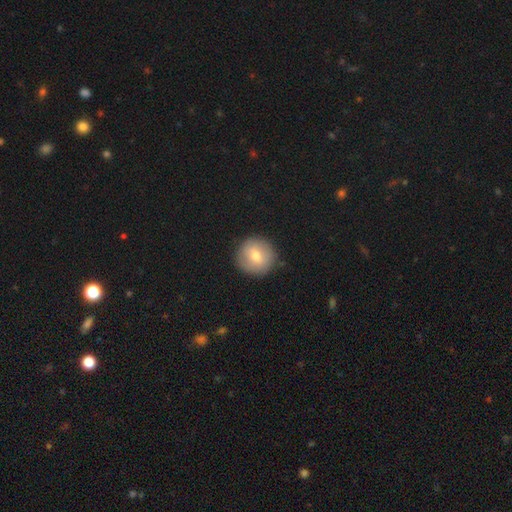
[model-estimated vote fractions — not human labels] Morphology: type=smooth (70%); roundness=round (95%); merging=none (88%).